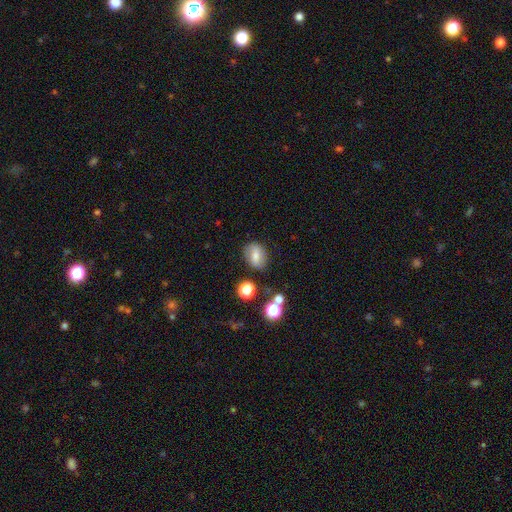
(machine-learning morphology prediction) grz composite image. It shows a smooth galaxy with no disk features (67%) that is in between round and cigar-shaped (68%). Merging: none (79%).